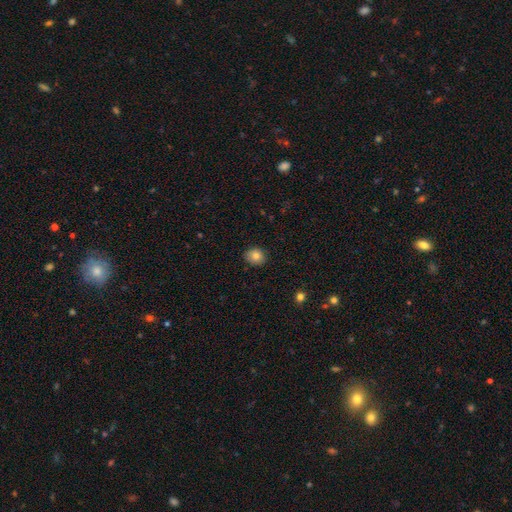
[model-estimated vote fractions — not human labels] Morphology: type=smooth (83%); roundness=round (64%); merging=none (88%).